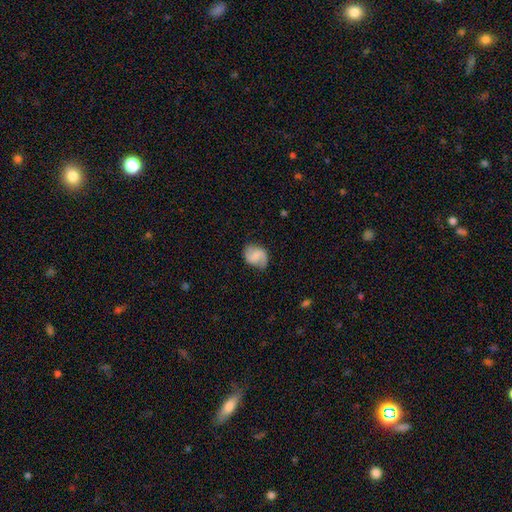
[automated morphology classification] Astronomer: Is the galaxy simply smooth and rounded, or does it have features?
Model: featured or disk — 55% (runner-up: smooth, 37%).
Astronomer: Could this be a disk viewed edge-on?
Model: no — 98%.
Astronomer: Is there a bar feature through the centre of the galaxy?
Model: weak — 44% (runner-up: no, 37%).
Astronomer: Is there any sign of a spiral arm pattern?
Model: yes — 91%.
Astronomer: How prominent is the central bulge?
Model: none — 57%.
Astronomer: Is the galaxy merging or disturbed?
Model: none — 73%.